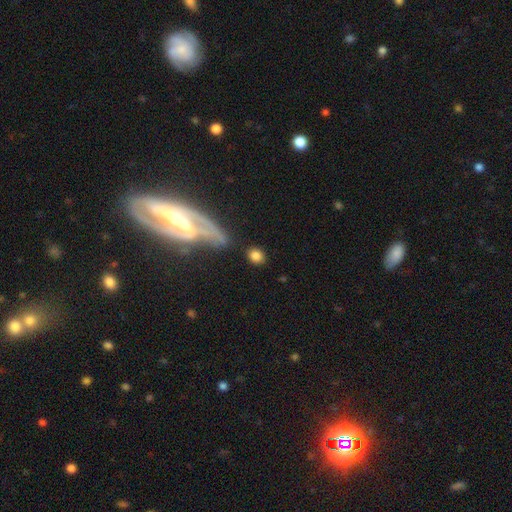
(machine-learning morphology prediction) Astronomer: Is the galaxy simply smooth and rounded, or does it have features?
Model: smooth — 80%.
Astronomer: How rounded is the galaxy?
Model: round — 63%.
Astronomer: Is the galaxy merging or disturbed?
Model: none — 79%.